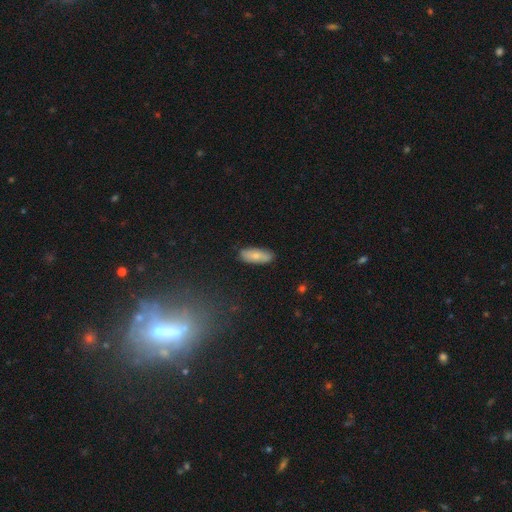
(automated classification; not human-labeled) Smooth or featured?
  - smooth: 74% *
  - featured or disk: 19%
  - star or artifact: 6%
How rounded?
  - in between: 72% *
  - cigar-shaped: 26%
  - round: 2%
Merging?
  - none: 85% *
  - minor disturbance: 12%
  - major disturbance: 2%
  - merger: 1%